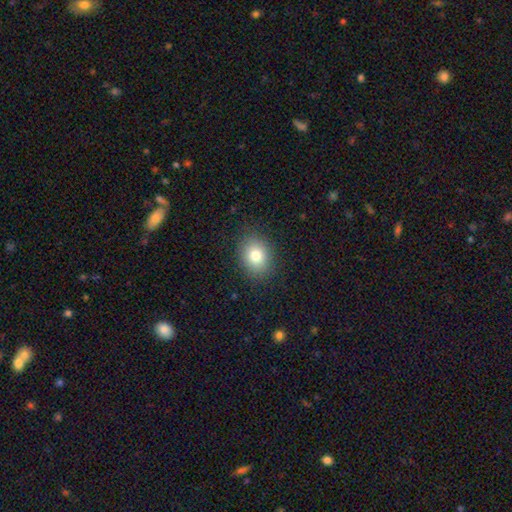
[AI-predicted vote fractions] Smooth or featured: smooth — 79% (star or artifact — 11%)
How rounded: in between — 50% (round — 49%)
Merging: none — 87% (minor disturbance — 9%)